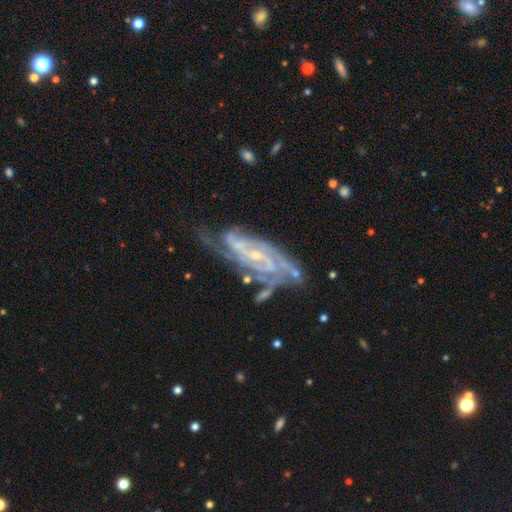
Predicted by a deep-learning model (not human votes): Q: Smooth or featured?
A: featured or disk (90%); runner-up: star or artifact (6%)
Q: Edge-on disk?
A: no (93%); runner-up: yes (7%)
Q: Bar?
A: no (43%); runner-up: weak (38%)
Q: Spiral arms?
A: yes (97%); runner-up: no (3%)
Q: Spiral winding?
A: tight (59%); runner-up: medium (34%)
Q: Spiral arm count?
A: 3 (27%); runner-up: 2 (26%)
Q: Bulge size?
A: small (75%); runner-up: moderate (19%)
Q: Merging?
A: none (58%); runner-up: minor disturbance (23%)